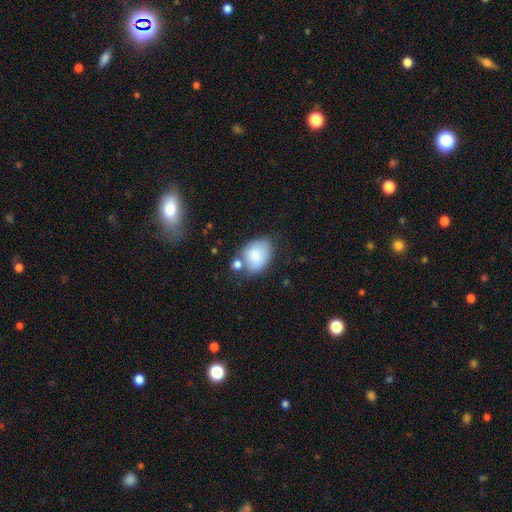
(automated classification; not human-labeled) smooth_or_featured: smooth (p=0.79) [alt: featured or disk p=0.14]
how_rounded: in between (p=0.76) [alt: round p=0.23]
merging: none (p=0.51) [alt: minor disturbance p=0.23]